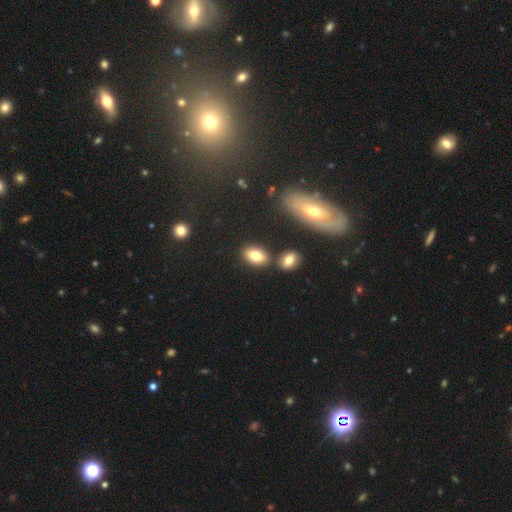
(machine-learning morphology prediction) Smooth or featured? smooth (78%)
How rounded? in between (86%)
Merging? none (76%)